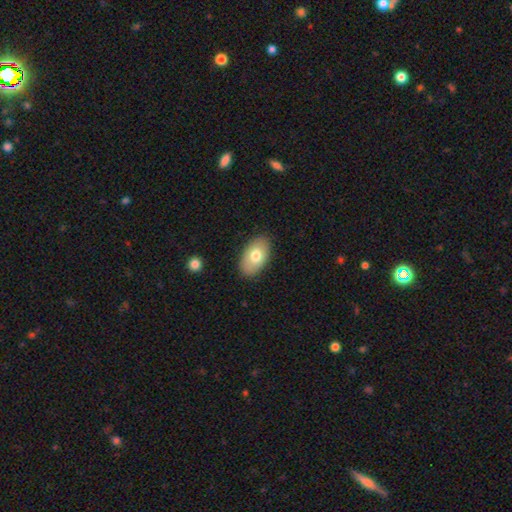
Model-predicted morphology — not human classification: Smooth or featured? Predicted: smooth (p=0.74). How rounded? Predicted: in between (p=0.93). Merging? Predicted: none (p=0.85).